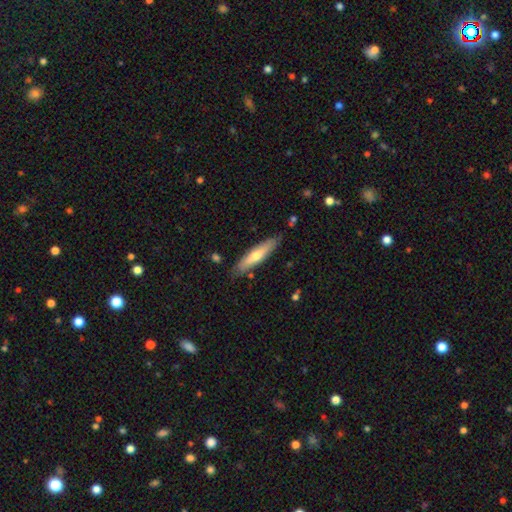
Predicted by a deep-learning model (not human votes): Smooth or featured? smooth (54%)
How rounded? cigar-shaped (77%)
Merging? none (83%)